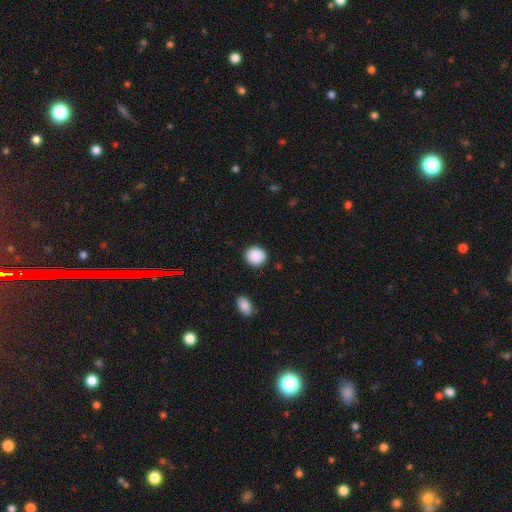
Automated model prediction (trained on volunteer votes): smooth 90%, star or artifact 8%, featured or disk 3%. Down the decision tree: how rounded — round (85%); merging — none (89%).